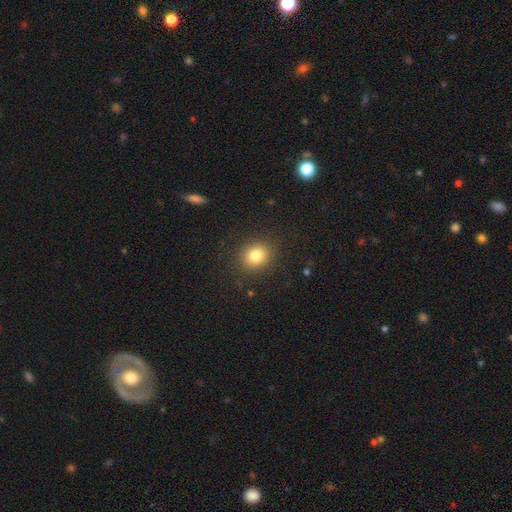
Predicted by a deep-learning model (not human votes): Smooth or featured? smooth (80%)
How rounded? round (69%)
Merging? none (88%)